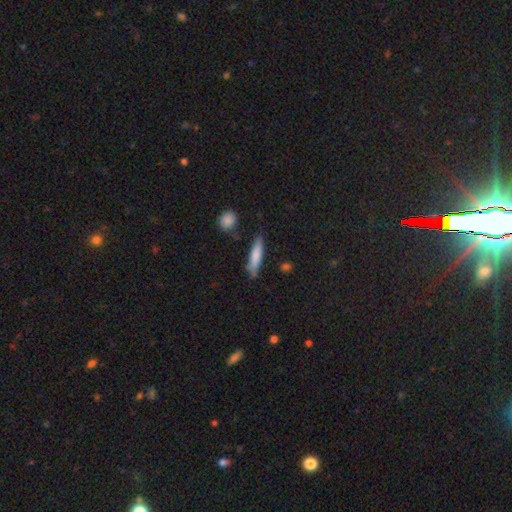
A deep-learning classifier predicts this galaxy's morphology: Smooth or featured? Predicted: smooth (p=0.78). How rounded? Predicted: cigar-shaped (p=0.78). Merging? Predicted: none (p=0.75).